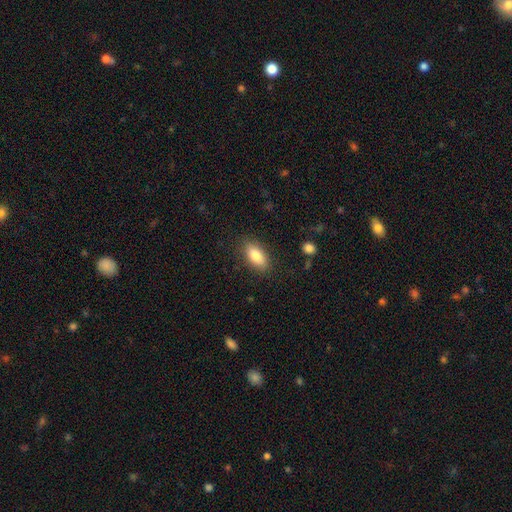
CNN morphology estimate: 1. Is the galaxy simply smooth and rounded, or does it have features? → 82% smooth, 11% featured or disk, 7% star or artifact.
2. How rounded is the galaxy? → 87% in between, 10% cigar-shaped, 3% round.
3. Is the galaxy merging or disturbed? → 86% none, 10% minor disturbance, 3% major disturbance, 1% merger.